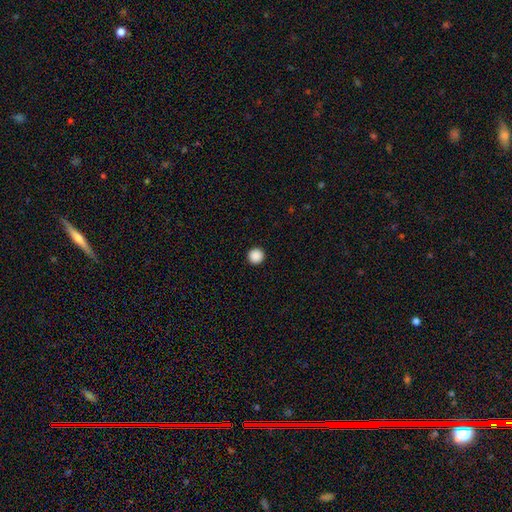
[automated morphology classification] Q: Smooth or featured?
A: smooth (89%); runner-up: star or artifact (9%)
Q: How rounded?
A: round (96%); runner-up: in between (3%)
Q: Merging?
A: none (94%); runner-up: minor disturbance (3%)